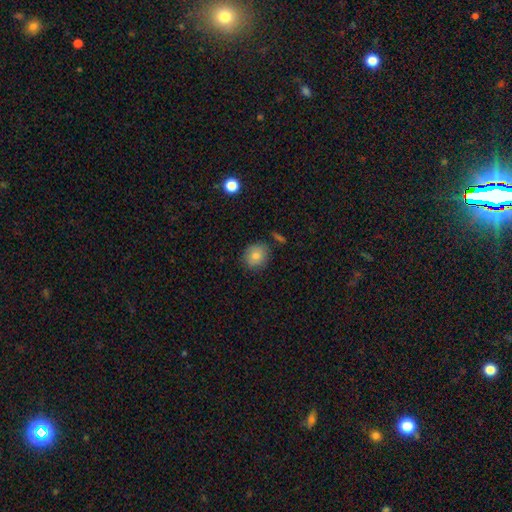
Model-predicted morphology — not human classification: A smooth galaxy with no disk features (80%) that is round (77%).

Vote fractions:
- Smooth or featured? smooth: 80% / featured or disk: 11% / star or artifact: 9%
- How rounded? round: 77% / in between: 22% / cigar-shaped: 1%
- Merging? none: 78% / minor disturbance: 15% / merger: 4% / major disturbance: 3%